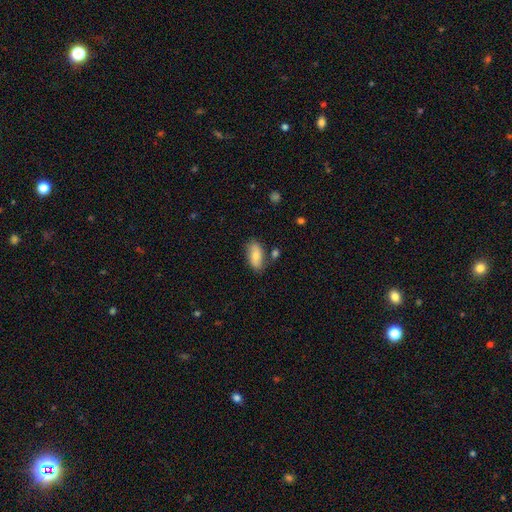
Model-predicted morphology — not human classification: Smooth or featured?
  - smooth: 77% *
  - featured or disk: 16%
  - star or artifact: 7%
How rounded?
  - in between: 90% *
  - cigar-shaped: 6%
  - round: 4%
Merging?
  - none: 71% *
  - minor disturbance: 18%
  - merger: 7%
  - major disturbance: 4%